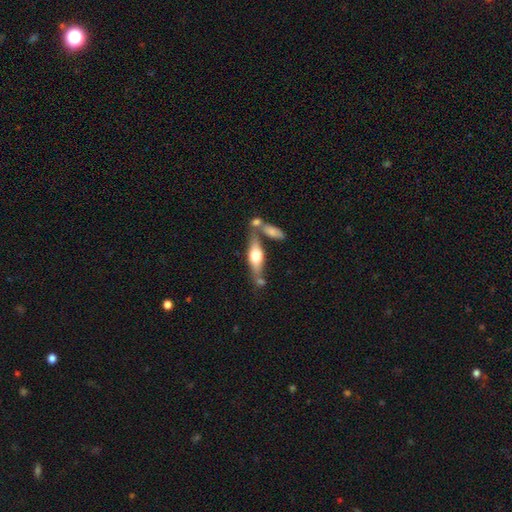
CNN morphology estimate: smooth-or-featured: featured or disk: 52% | smooth: 42% | star or artifact: 6%
  disk-edge-on: yes: 87% | no: 13%
  merging: none: 57% | merger: 24% | minor disturbance: 14% | major disturbance: 5%